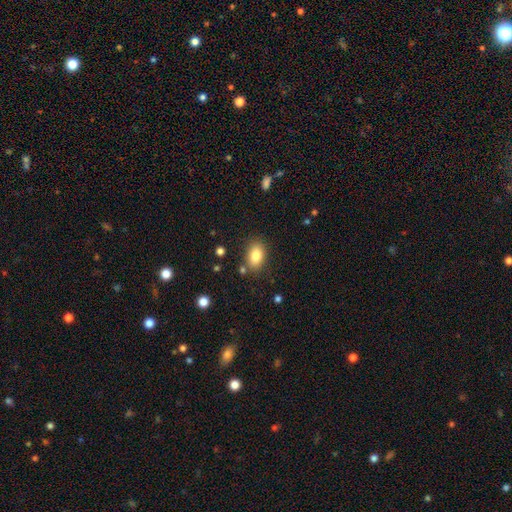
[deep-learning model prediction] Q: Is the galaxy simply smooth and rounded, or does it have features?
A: smooth — 83%.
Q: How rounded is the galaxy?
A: in between — 86%.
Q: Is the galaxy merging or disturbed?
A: none — 81%.